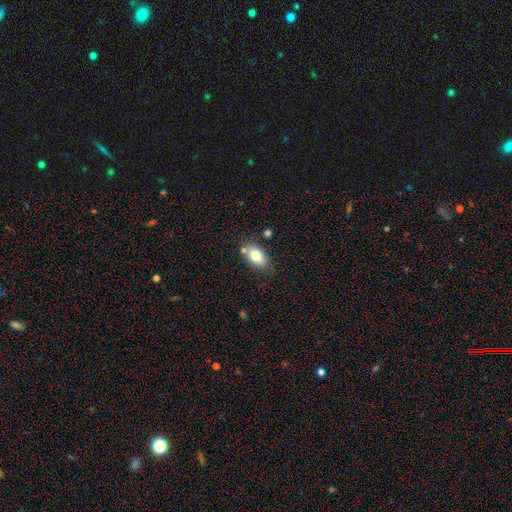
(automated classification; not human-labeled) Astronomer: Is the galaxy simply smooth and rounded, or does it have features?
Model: smooth — 78%.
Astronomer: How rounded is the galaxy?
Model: in between — 90%.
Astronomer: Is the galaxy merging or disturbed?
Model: none — 72%.